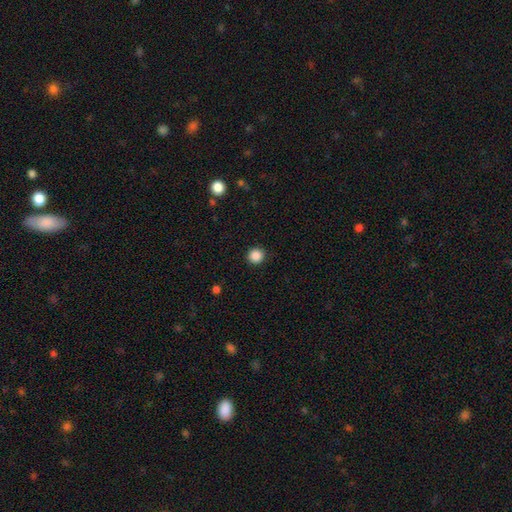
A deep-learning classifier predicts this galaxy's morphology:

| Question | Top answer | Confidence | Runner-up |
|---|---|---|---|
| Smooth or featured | smooth | 87% | star or artifact (10%) |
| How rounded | round | 94% | in between (5%) |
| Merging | none | 92% | minor disturbance (5%) |